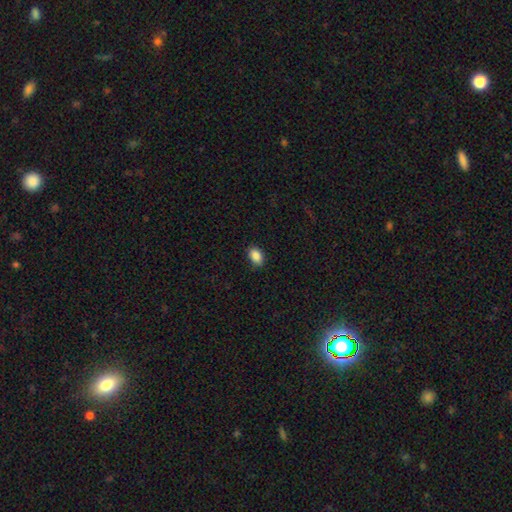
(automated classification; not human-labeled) smooth 88%, star or artifact 8%, featured or disk 3%. Down the decision tree: how rounded — in between (85%); merging — none (85%).